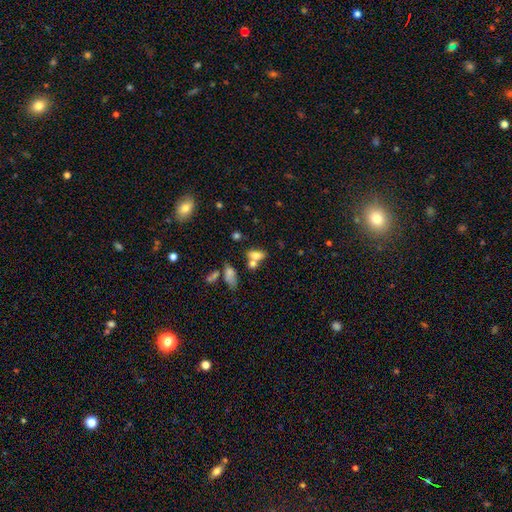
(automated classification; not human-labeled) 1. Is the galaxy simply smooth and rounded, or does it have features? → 71% smooth, 17% featured or disk, 11% star or artifact.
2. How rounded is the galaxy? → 80% in between, 10% round, 9% cigar-shaped.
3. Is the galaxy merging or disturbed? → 41% merger, 40% none, 12% minor disturbance, 6% major disturbance.